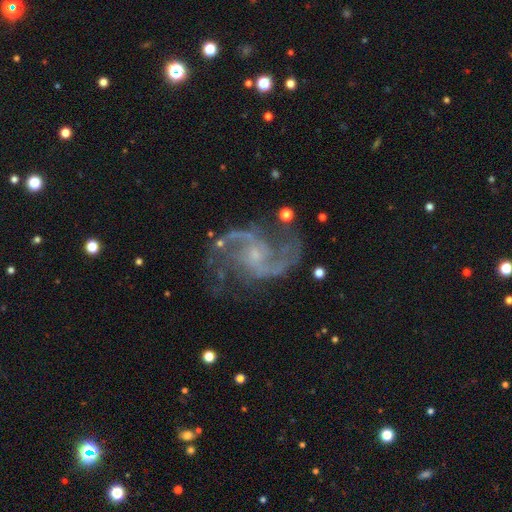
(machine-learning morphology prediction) The model was most divided on "spiral winding": medium: 46%, loose: 44%, tight: 9%. More confident: edge-on disk — no (98%); spiral arms — yes (98%); smooth or featured — featured or disk (91%); spiral arm count — 2 (89%); bulge size — small (72%); merging — none (69%); bar — no (55%).